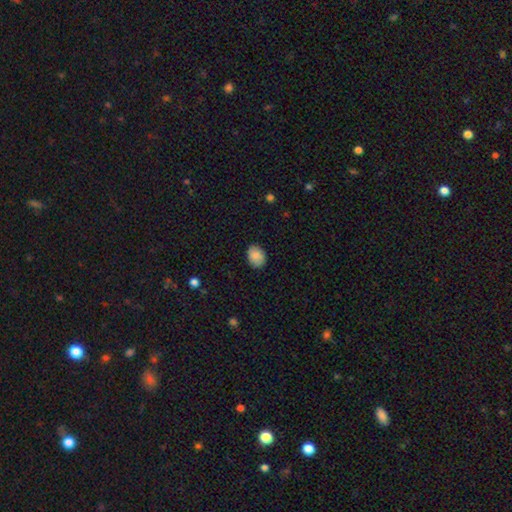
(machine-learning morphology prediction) smooth 86%, star or artifact 7%, featured or disk 7%. Down the decision tree: how rounded — in between (63%); merging — none (86%).